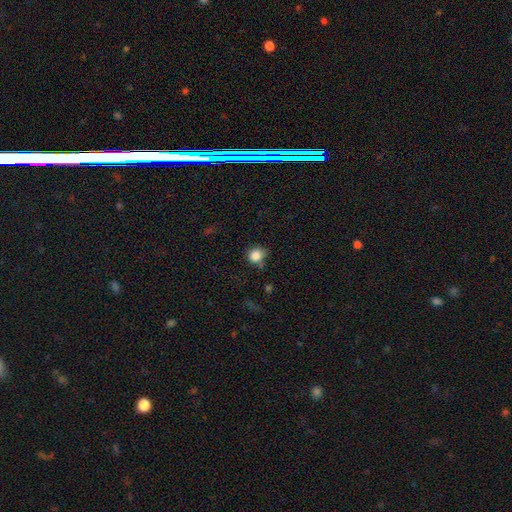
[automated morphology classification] smooth_or_featured: smooth (p=0.84) [alt: star or artifact p=0.10]
how_rounded: round (p=0.82) [alt: in between p=0.17]
merging: none (p=0.64) [alt: minor disturbance p=0.23]